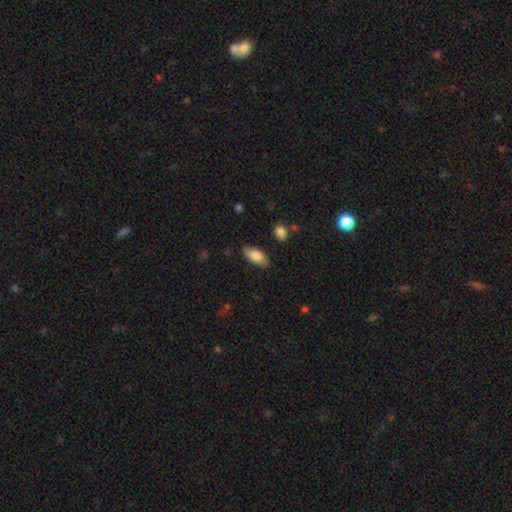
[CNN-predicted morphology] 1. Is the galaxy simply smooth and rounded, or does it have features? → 80% smooth, 14% featured or disk, 7% star or artifact.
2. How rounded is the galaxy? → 90% in between, 7% cigar-shaped, 3% round.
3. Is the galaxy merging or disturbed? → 79% none, 16% minor disturbance, 3% major disturbance, 1% merger.